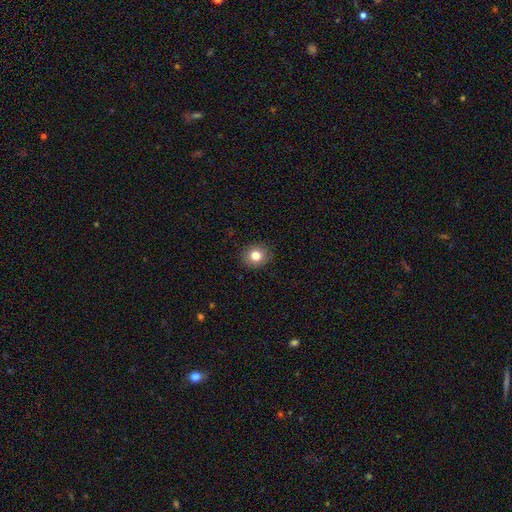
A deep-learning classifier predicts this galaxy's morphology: A smooth galaxy with no disk features (82%) that is round (77%).

Vote fractions:
- Smooth or featured? smooth: 82% / star or artifact: 10% / featured or disk: 8%
- How rounded? round: 77% / in between: 22% / cigar-shaped: 1%
- Merging? none: 91% / minor disturbance: 7% / major disturbance: 2% / merger: 1%